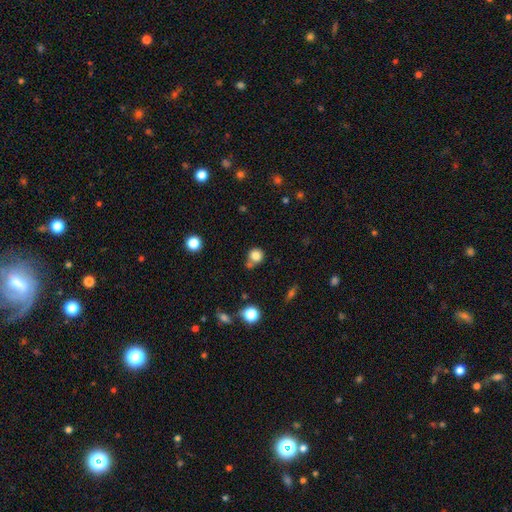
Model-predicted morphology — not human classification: Q: Smooth or featured?
A: smooth (82%); runner-up: star or artifact (12%)
Q: How rounded?
A: round (88%); runner-up: in between (11%)
Q: Merging?
A: none (64%); runner-up: merger (19%)